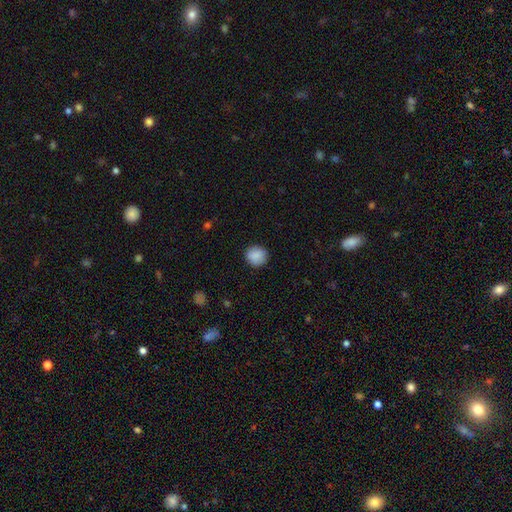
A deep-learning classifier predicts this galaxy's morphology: This appears to be a smooth galaxy with no disk features (88%) that is round (90%). Merging: none (88%).